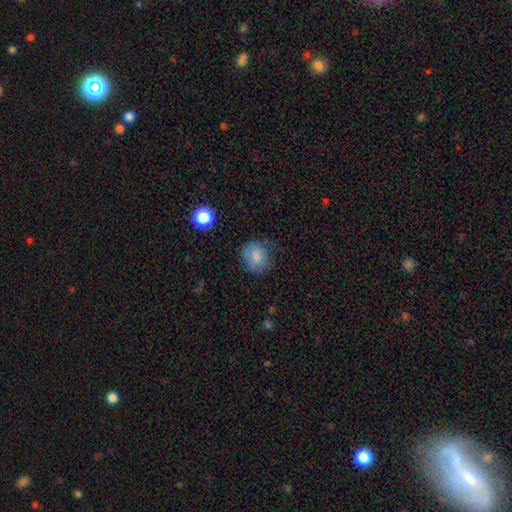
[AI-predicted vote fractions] Smooth or featured? Predicted: smooth (p=0.80). How rounded? Predicted: round (p=0.71). Merging? Predicted: none (p=0.68).